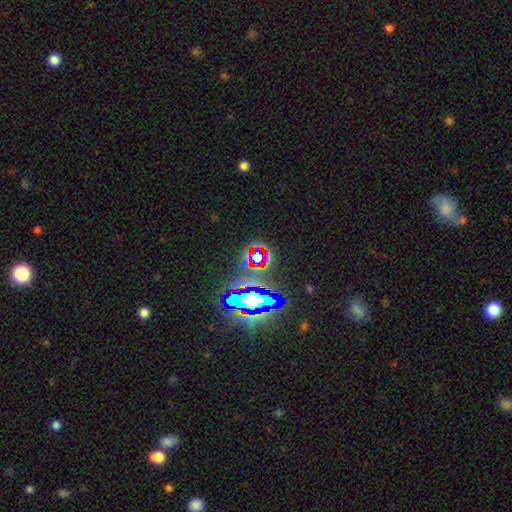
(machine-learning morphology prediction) star or artifact 66%, featured or disk 18%, smooth 16%.